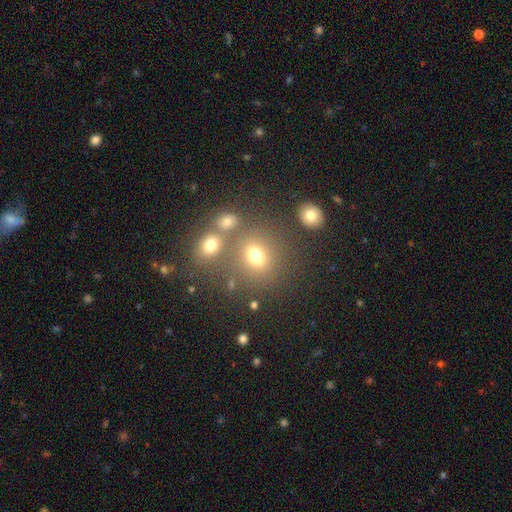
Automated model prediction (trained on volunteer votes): Smooth or featured: smooth — 70% (star or artifact — 19%)
How rounded: round — 64% (in between — 34%)
Merging: none — 65% (merger — 19%)